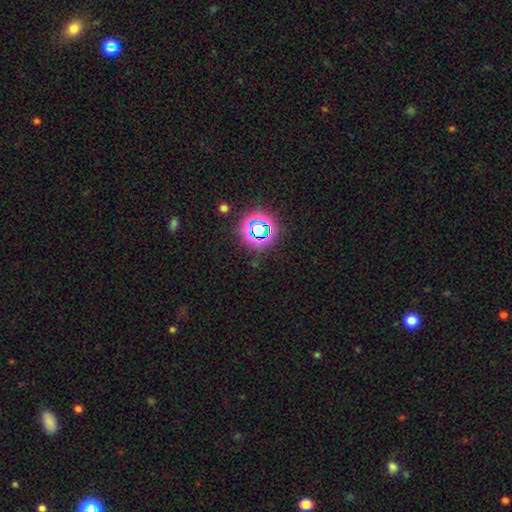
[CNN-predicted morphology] This is likely a star or artifact rather than a galaxy (74%).